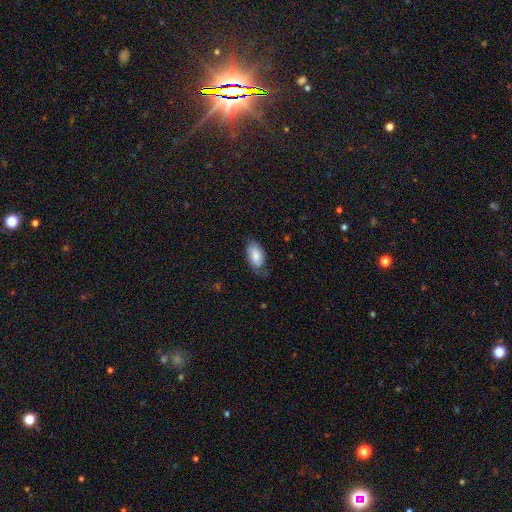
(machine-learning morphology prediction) Q: Smooth or featured?
A: smooth (70%); runner-up: featured or disk (23%)
Q: How rounded?
A: in between (94%); runner-up: round (4%)
Q: Merging?
A: none (59%); runner-up: minor disturbance (29%)